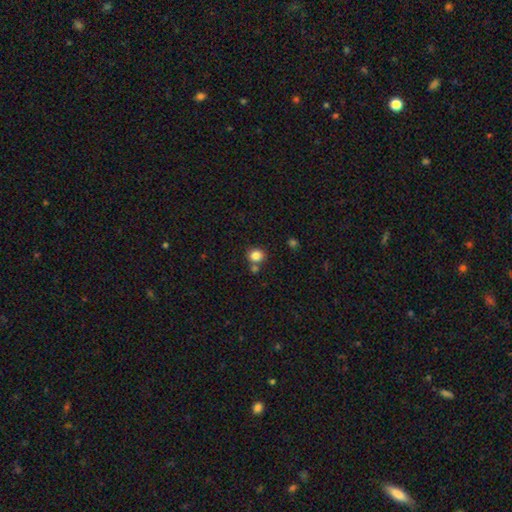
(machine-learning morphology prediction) A smooth galaxy with no disk features (84%) that is round (82%).

Vote fractions:
- Smooth or featured? smooth: 84% / star or artifact: 11% / featured or disk: 5%
- How rounded? round: 82% / in between: 18% / cigar-shaped: 1%
- Merging? none: 71% / merger: 16% / minor disturbance: 10% / major disturbance: 3%